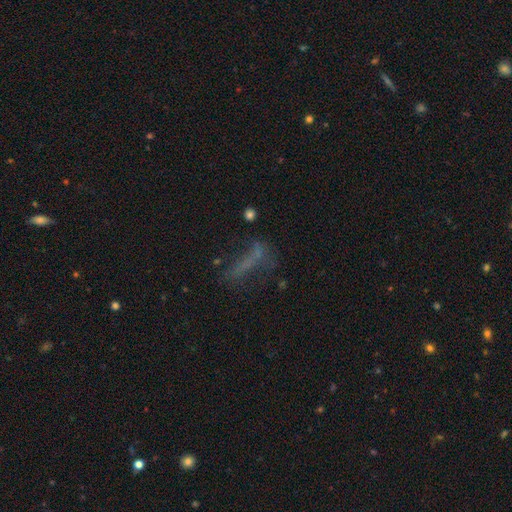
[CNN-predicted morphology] This is possibly a smooth galaxy (45%). Merging: marginally none (43%).